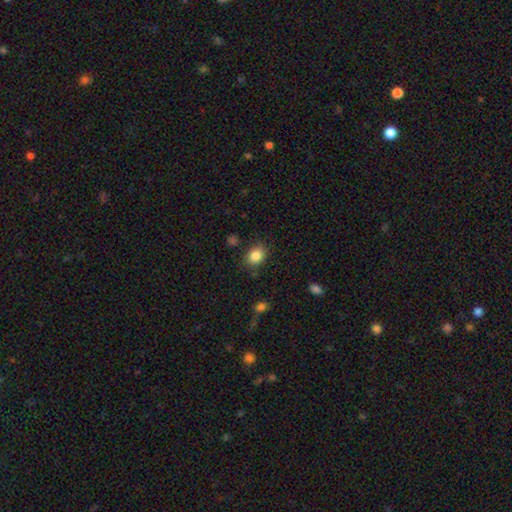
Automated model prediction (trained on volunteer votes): Smooth or featured? Predicted: smooth (p=0.85). How rounded? Predicted: round (p=0.53). Merging? Predicted: none (p=0.82).